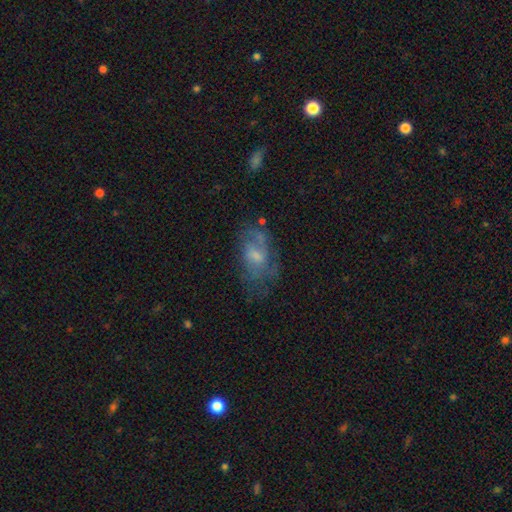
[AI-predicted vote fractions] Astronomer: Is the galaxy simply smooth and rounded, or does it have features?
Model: featured or disk — 57%.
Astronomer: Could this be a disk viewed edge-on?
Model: no — 95%.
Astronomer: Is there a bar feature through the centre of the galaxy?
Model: no — 60% (runner-up: weak, 35%).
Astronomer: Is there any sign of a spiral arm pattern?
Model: yes — 65%.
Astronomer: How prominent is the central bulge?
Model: moderate — 41% (runner-up: small, 40%).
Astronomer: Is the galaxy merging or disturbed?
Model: none — 54%.